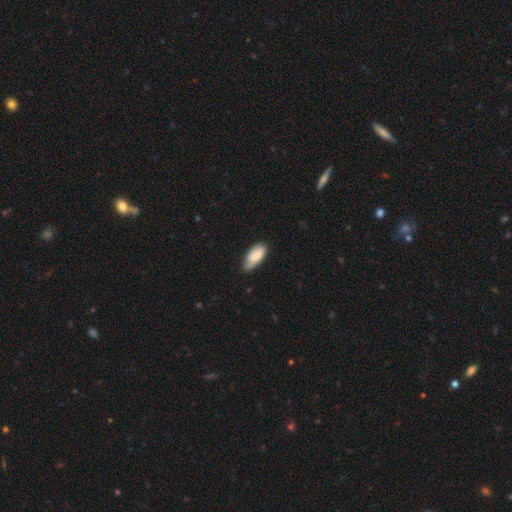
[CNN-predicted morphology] Overall: smooth (75%). How rounded: in between (87%). Merging: none (53%; minor disturbance 37%).